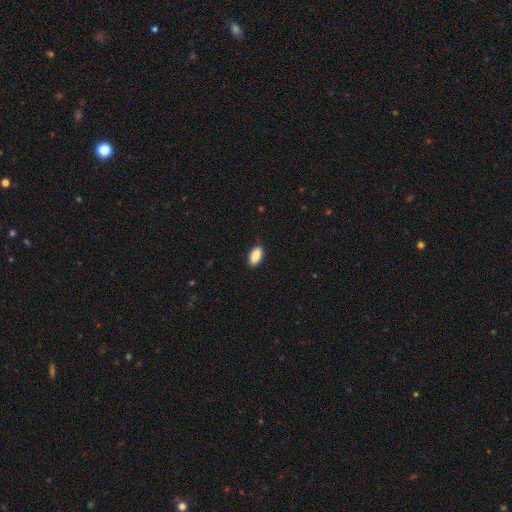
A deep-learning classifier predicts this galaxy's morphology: smooth_or_featured: smooth (p=0.90) [alt: star or artifact p=0.07]
how_rounded: in between (p=0.92) [alt: cigar-shaped p=0.06]
merging: none (p=0.89) [alt: minor disturbance p=0.08]